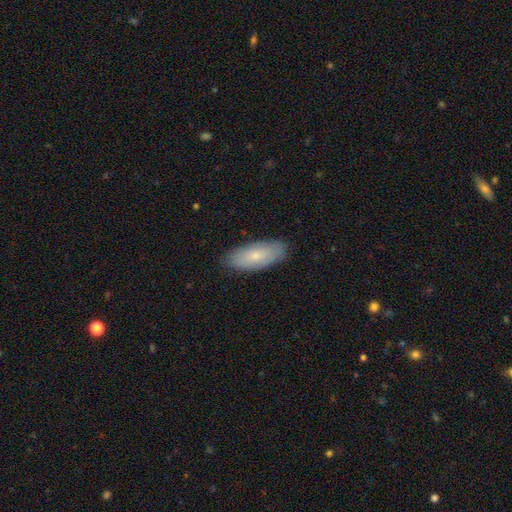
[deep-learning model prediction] This is likely a smooth galaxy (70%). How rounded: clearly in between (83%). Merging: clearly none (85%).